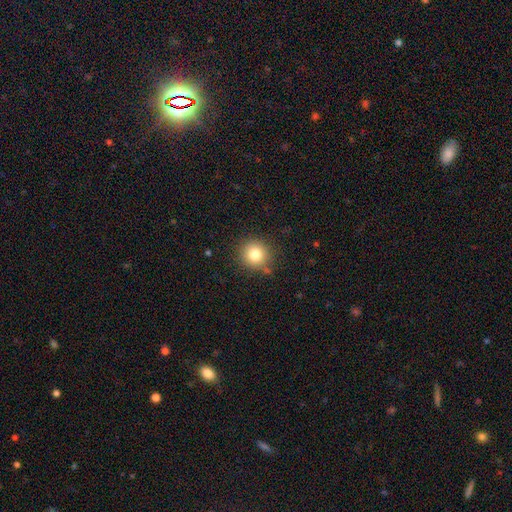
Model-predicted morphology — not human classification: Smooth or featured?
  - smooth: 80% *
  - star or artifact: 12%
  - featured or disk: 8%
How rounded?
  - round: 92% *
  - in between: 7%
  - cigar-shaped: 1%
Merging?
  - none: 85% *
  - minor disturbance: 9%
  - major disturbance: 3%
  - merger: 2%